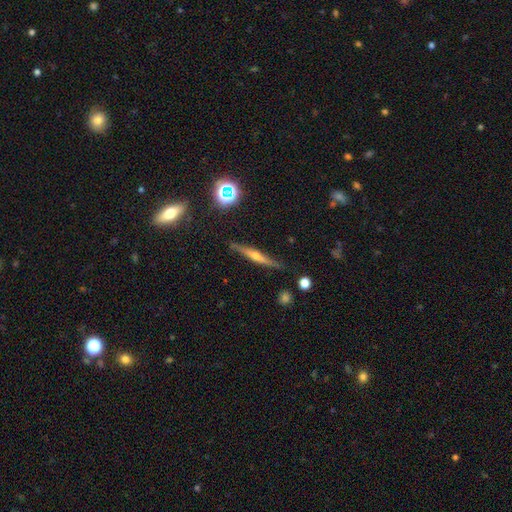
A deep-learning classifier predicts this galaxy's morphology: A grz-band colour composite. It shows a featured or disk galaxy (66%) viewed edge-on (96%) with a rounded central bulge (83%). Merging: none (86%).